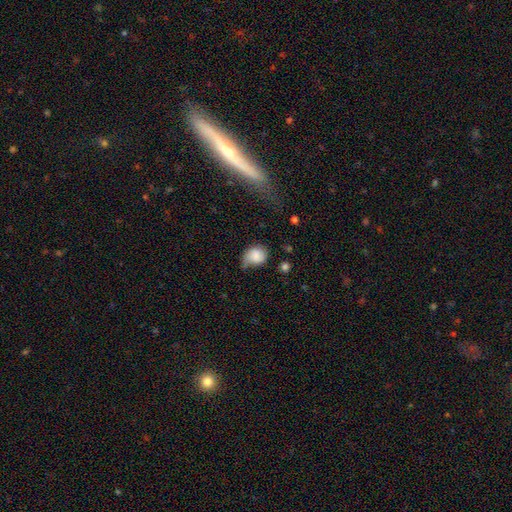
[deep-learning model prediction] Q: Smooth or featured?
A: smooth (76%); runner-up: featured or disk (15%)
Q: How rounded?
A: round (58%); runner-up: in between (41%)
Q: Merging?
A: none (39%); runner-up: minor disturbance (38%)